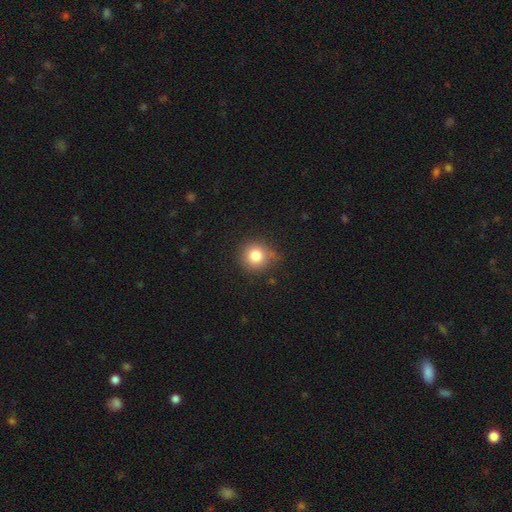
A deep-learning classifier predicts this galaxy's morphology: smooth 82%, star or artifact 11%, featured or disk 7%. Down the decision tree: how rounded — round (91%); merging — none (73%).